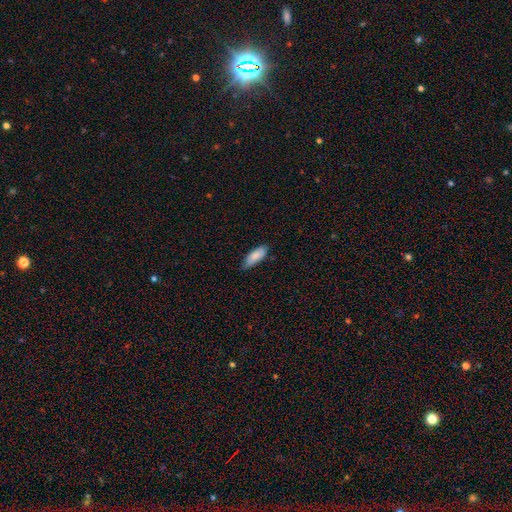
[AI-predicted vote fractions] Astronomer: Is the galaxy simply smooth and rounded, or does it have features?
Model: smooth — 84%.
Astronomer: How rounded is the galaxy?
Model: in between — 74%.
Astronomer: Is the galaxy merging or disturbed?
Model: none — 70%.